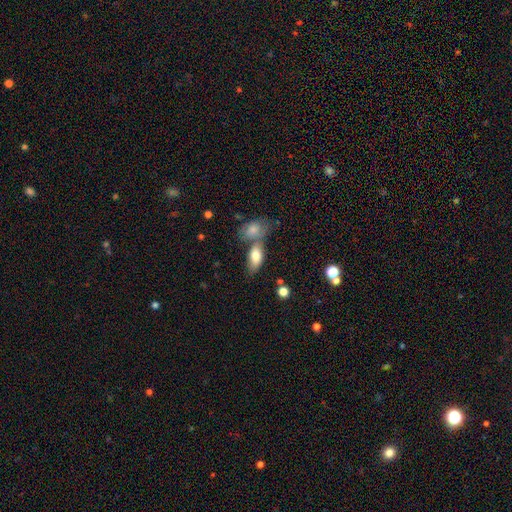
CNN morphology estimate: type=smooth (79%); roundness=in between (89%); merging=none (44%).